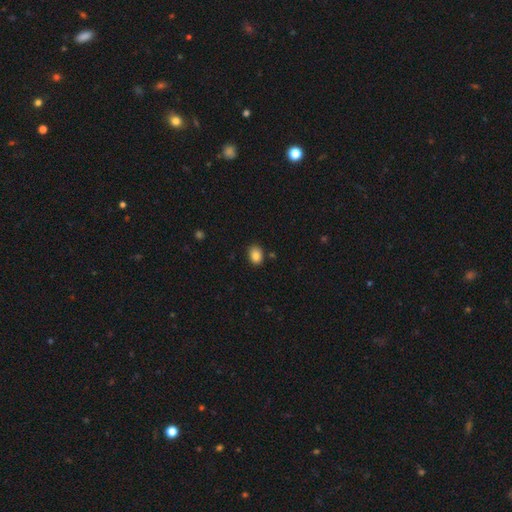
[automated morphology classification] Smooth or featured? Predicted: smooth (p=0.85). How rounded? Predicted: in between (p=0.67). Merging? Predicted: none (p=0.84).